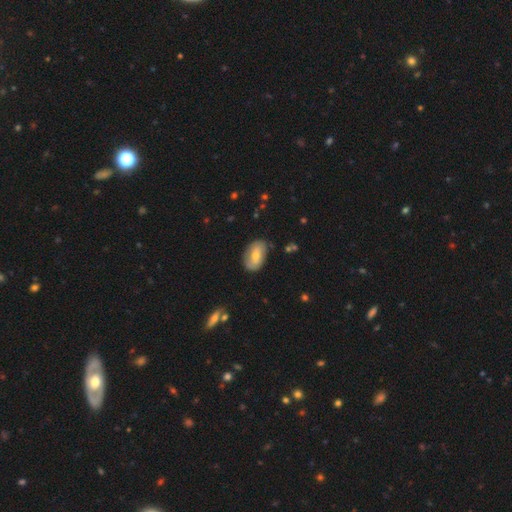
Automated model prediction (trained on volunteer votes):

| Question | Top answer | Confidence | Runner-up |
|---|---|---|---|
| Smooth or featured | smooth | 58% | featured or disk (35%) |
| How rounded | in between | 89% | round (9%) |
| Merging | none | 76% | minor disturbance (18%) |